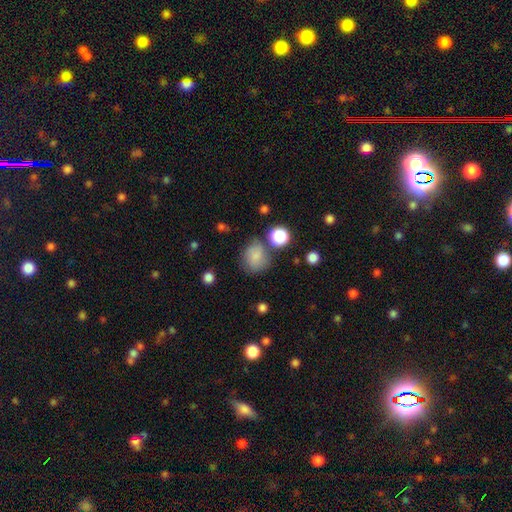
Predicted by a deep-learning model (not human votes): smooth-or-featured: smooth: 77% | featured or disk: 12% | star or artifact: 12%
  how-rounded: round: 71% | in between: 28% | cigar-shaped: 1%
  merging: none: 63% | minor disturbance: 21% | merger: 8% | major disturbance: 8%